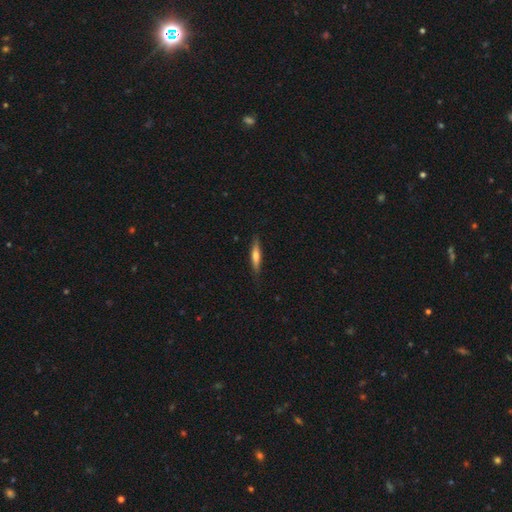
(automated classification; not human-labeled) This appears to be a smooth galaxy with no disk features (56%) that is cigar-shaped (86%). Merging: none (84%).